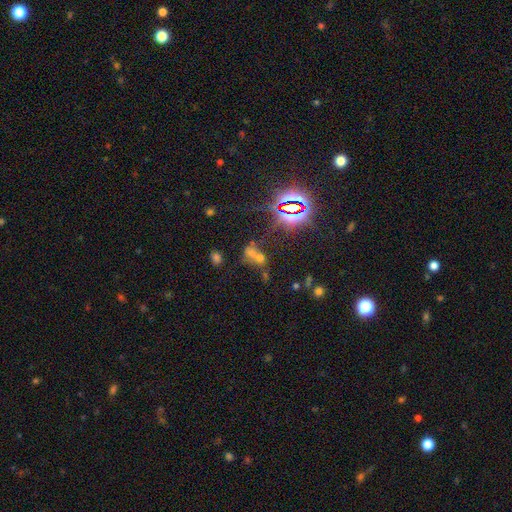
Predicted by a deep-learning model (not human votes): Morphology: type=smooth (43%); merging=merger (55%).